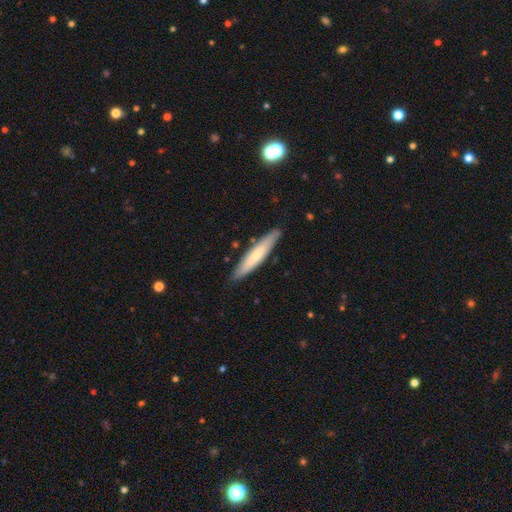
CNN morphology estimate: Q: Smooth or featured?
A: smooth (64%); runner-up: featured or disk (31%)
Q: How rounded?
A: cigar-shaped (88%); runner-up: in between (11%)
Q: Merging?
A: none (88%); runner-up: minor disturbance (9%)